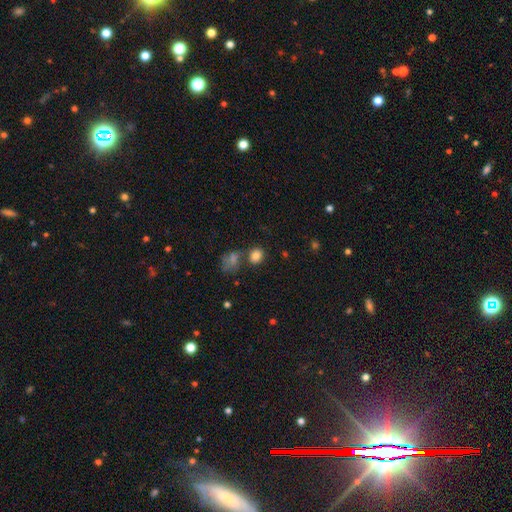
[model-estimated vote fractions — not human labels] Smooth or featured? smooth (81%)
How rounded? round (59%)
Merging? none (64%)